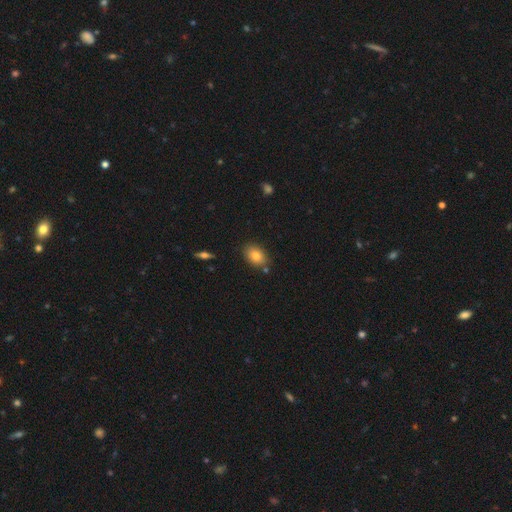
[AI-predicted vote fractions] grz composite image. It shows a smooth galaxy with no disk features (83%) that is in between round and cigar-shaped (81%). Merging: none (80%).